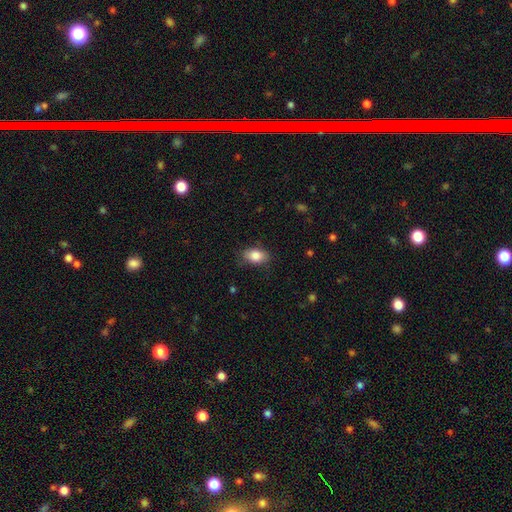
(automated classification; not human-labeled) The model was most divided on "merging": none: 79%, minor disturbance: 16%, major disturbance: 4%, merger: 1%. More confident: how rounded — in between (88%); smooth or featured — smooth (85%).